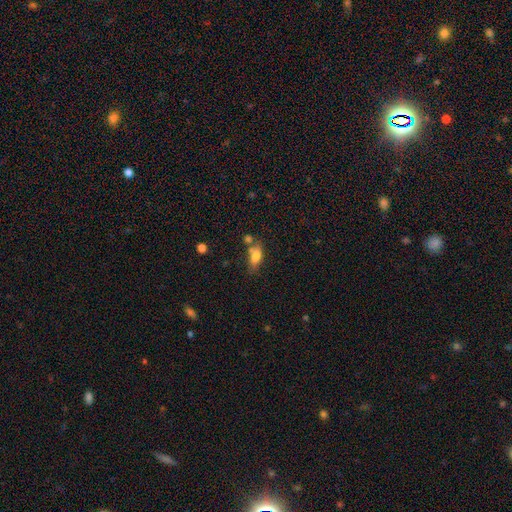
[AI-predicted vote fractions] Overall: smooth (76%). How rounded: in between (80%). Merging: none (52%; merger 22%).